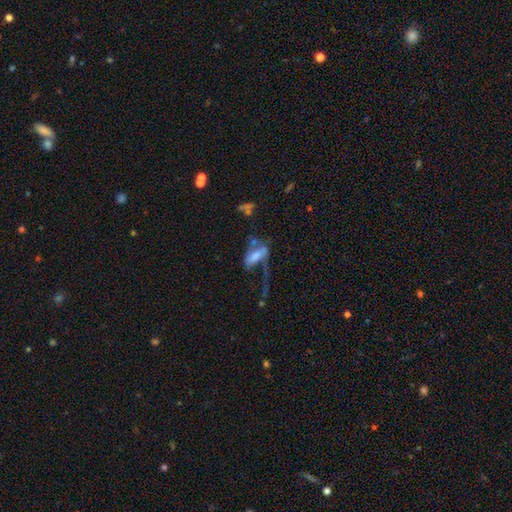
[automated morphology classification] This appears to be a smooth galaxy with no disk features (52%) that is in between round and cigar-shaped (78%). Merging: major disturbance (46%).